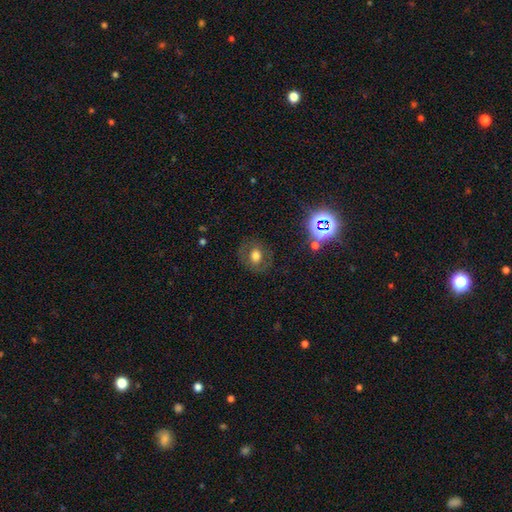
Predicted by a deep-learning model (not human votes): This is likely a smooth galaxy (60%). How rounded: likely round (65%). Merging: clearly none (80%).